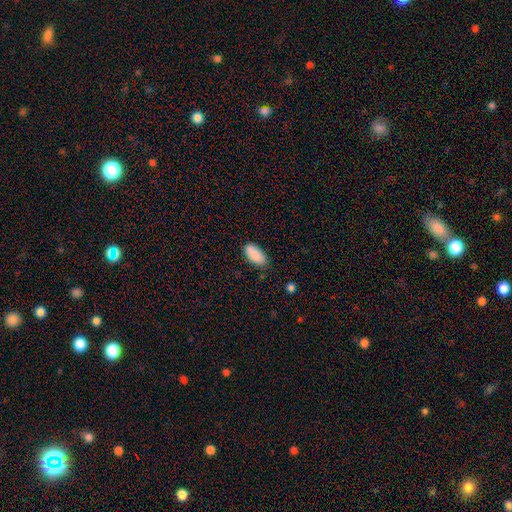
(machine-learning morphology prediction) A smooth galaxy with no disk features (89%) that is in between round and cigar-shaped (92%).

Vote fractions:
- Smooth or featured? smooth: 89% / star or artifact: 7% / featured or disk: 5%
- How rounded? in between: 92% / cigar-shaped: 6% / round: 2%
- Merging? none: 77% / minor disturbance: 18% / major disturbance: 3% / merger: 2%